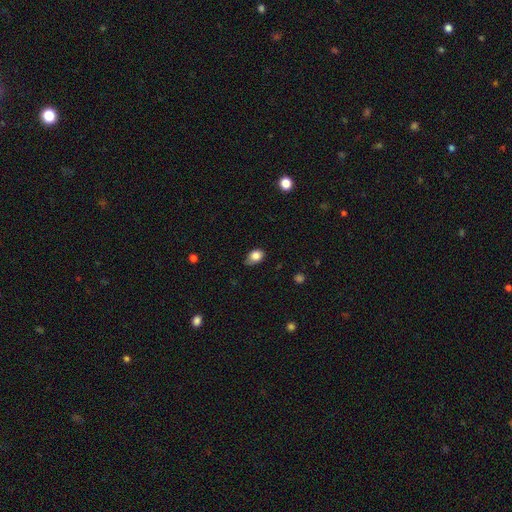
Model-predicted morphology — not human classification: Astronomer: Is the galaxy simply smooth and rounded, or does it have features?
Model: smooth — 84%.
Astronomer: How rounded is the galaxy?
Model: in between — 76%.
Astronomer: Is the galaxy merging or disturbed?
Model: none — 62%.